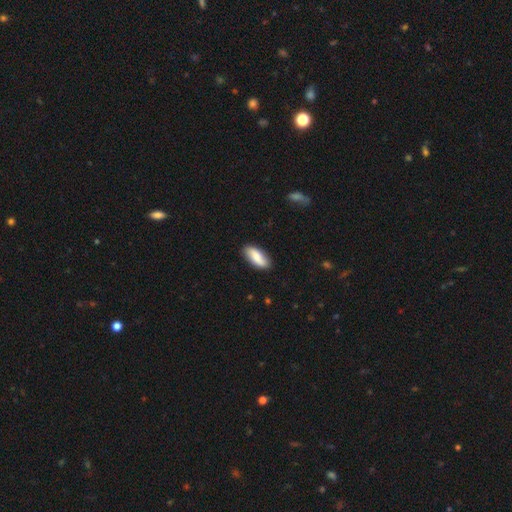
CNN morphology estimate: type=smooth (74%); roundness=in between (84%); merging=none (85%).